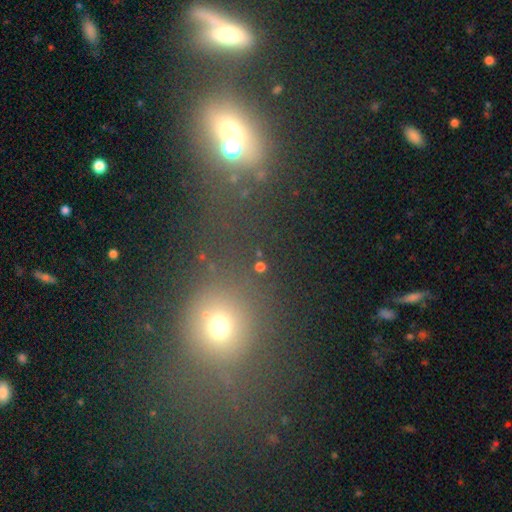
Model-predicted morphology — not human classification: Overall: smooth (54%; star or artifact 34%). How rounded: round (76%). Merging: none (53%; merger 29%).